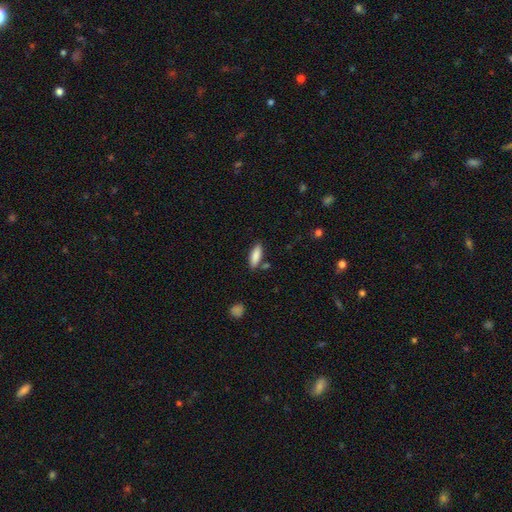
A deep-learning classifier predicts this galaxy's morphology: Smooth or featured? Predicted: smooth (p=0.86). How rounded? Predicted: in between (p=0.61). Merging? Predicted: none (p=0.80).